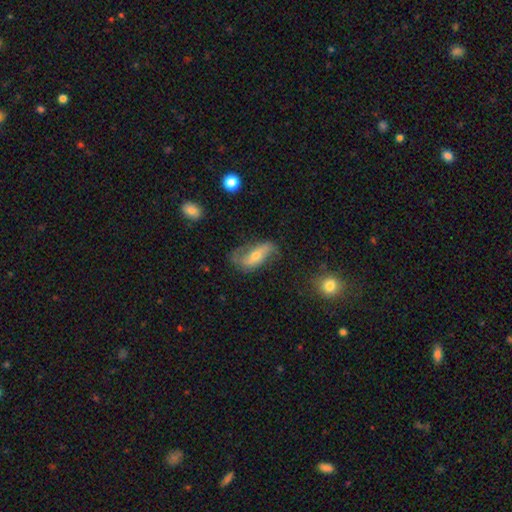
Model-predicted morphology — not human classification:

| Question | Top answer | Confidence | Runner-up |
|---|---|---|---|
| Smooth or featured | featured or disk | 64% | smooth (29%) |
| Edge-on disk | no | 89% | yes (11%) |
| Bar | no | 41% | strong (31%) |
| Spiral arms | yes | 83% | no (17%) |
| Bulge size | small | 50% | moderate (44%) |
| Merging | none | 56% | minor disturbance (26%) |